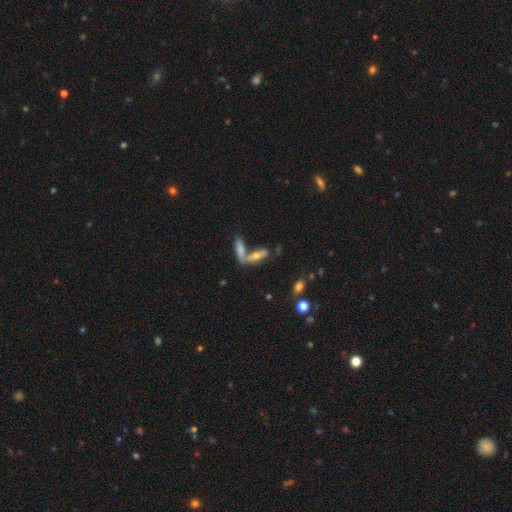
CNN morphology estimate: This is possibly a smooth galaxy (52%). How rounded: possibly cigar-shaped (52%). Merging: possibly merger (48%).